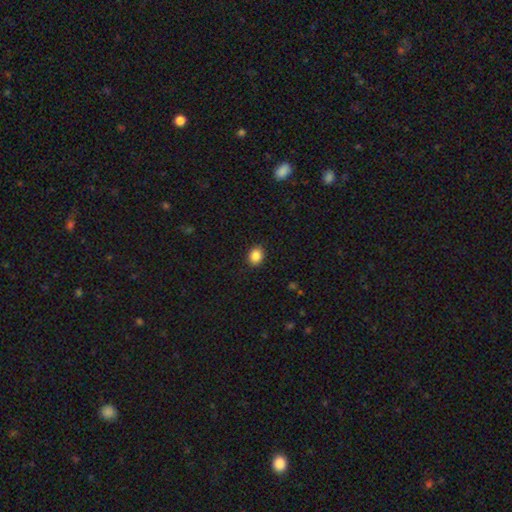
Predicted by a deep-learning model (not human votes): Smooth or featured? smooth (86%)
How rounded? round (57%)
Merging? none (90%)